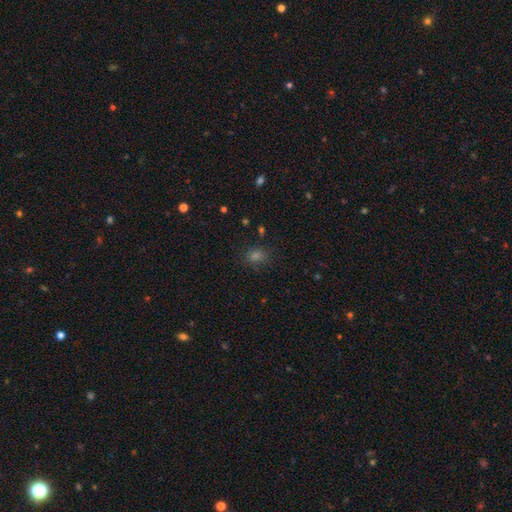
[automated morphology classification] This appears to be a smooth galaxy with no disk features (69%) that is round (51%). Merging: none (85%).